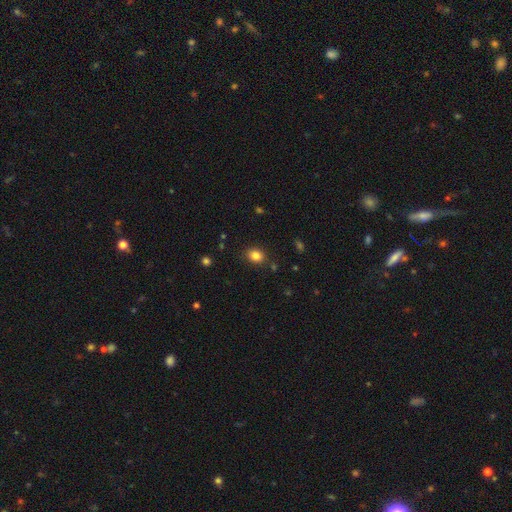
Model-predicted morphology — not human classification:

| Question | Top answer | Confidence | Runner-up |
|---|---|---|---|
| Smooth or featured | smooth | 83% | star or artifact (11%) |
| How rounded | in between | 51% | round (48%) |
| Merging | none | 84% | minor disturbance (11%) |